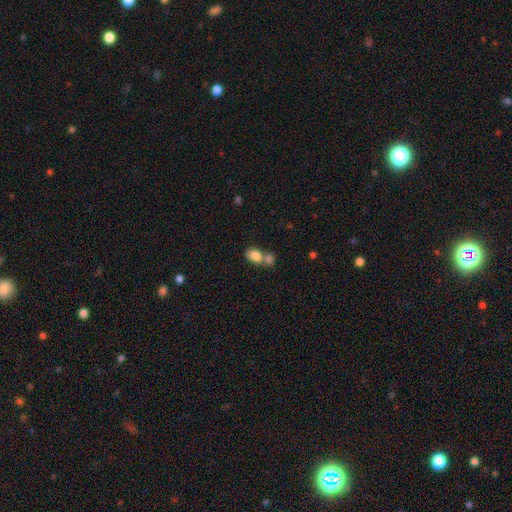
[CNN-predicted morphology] Smooth or featured: smooth — 83% (featured or disk — 9%)
How rounded: in between — 79% (round — 19%)
Merging: merger — 57% (none — 31%)